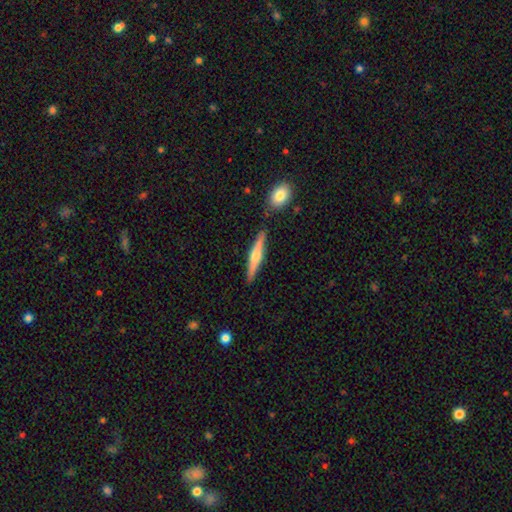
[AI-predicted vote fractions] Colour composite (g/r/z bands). It shows a featured or disk galaxy (55%) viewed edge-on (97%) with a rounded central bulge (82%). Merging: none (84%).